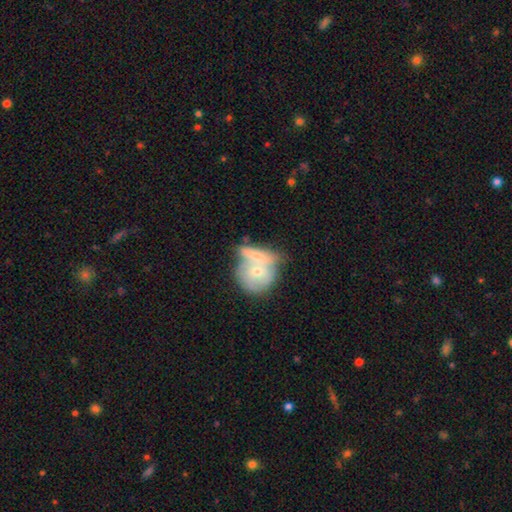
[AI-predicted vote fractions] smooth 55%, featured or disk 38%, star or artifact 7%. Down the decision tree: how rounded — round (64%); merging — merger (50%).